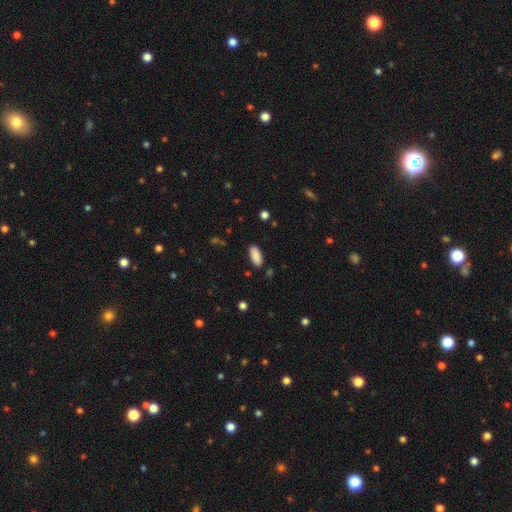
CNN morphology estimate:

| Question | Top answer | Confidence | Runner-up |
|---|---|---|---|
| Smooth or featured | smooth | 89% | star or artifact (7%) |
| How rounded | in between | 87% | cigar-shaped (11%) |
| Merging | none | 87% | minor disturbance (9%) |